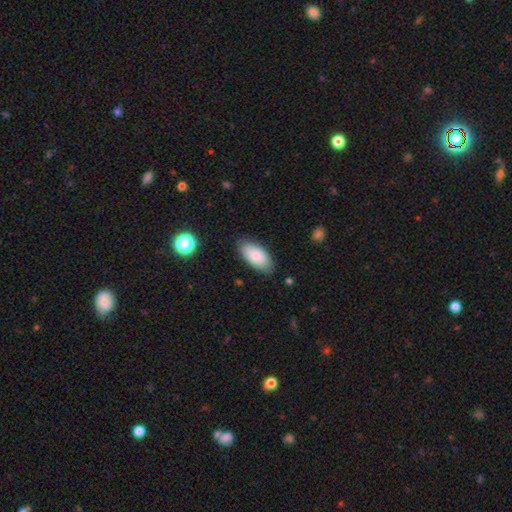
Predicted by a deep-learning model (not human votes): smooth-or-featured: smooth: 86% | featured or disk: 7% | star or artifact: 7%
  how-rounded: in between: 92% | cigar-shaped: 5% | round: 2%
  merging: none: 84% | minor disturbance: 12% | major disturbance: 3% | merger: 1%